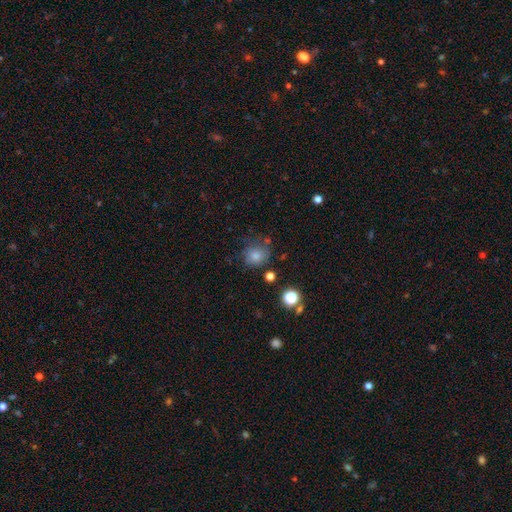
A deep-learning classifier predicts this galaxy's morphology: Smooth or featured?
  - smooth: 76% *
  - star or artifact: 13%
  - featured or disk: 11%
How rounded?
  - round: 76% *
  - in between: 23%
  - cigar-shaped: 1%
Merging?
  - none: 64% *
  - minor disturbance: 21%
  - major disturbance: 9%
  - merger: 6%